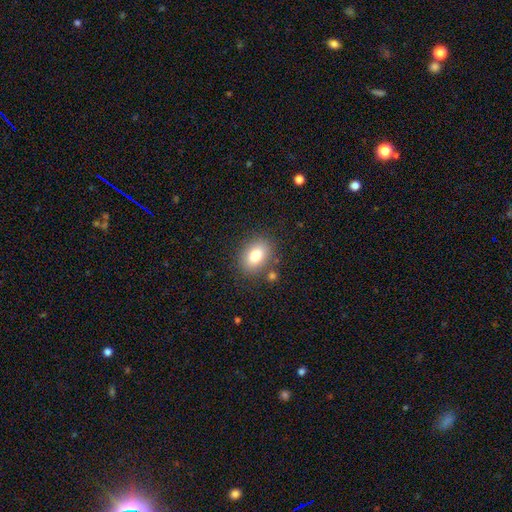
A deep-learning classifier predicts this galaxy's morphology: smooth-or-featured: smooth: 79% | featured or disk: 11% | star or artifact: 10%
  how-rounded: in between: 72% | round: 27% | cigar-shaped: 1%
  merging: none: 81% | minor disturbance: 11% | merger: 4% | major disturbance: 4%